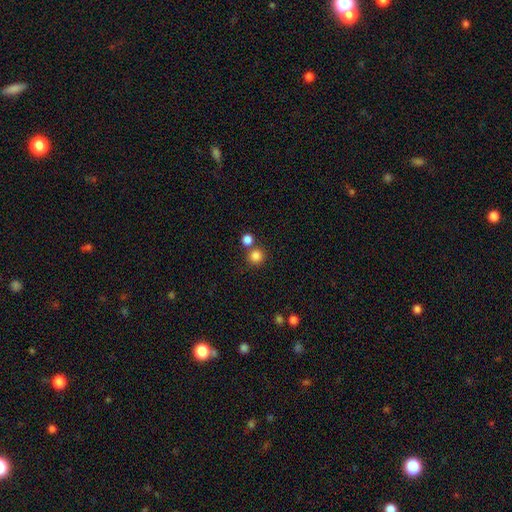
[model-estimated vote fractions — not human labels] Smooth or featured: smooth — 83% (star or artifact — 12%)
How rounded: round — 93% (in between — 6%)
Merging: none — 71% (merger — 20%)